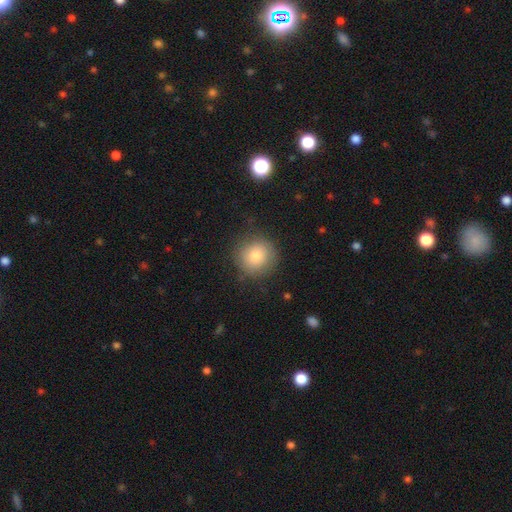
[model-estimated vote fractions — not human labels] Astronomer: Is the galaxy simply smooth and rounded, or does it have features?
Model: smooth — 78%.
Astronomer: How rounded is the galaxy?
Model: round — 92%.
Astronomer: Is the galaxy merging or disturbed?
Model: none — 84%.